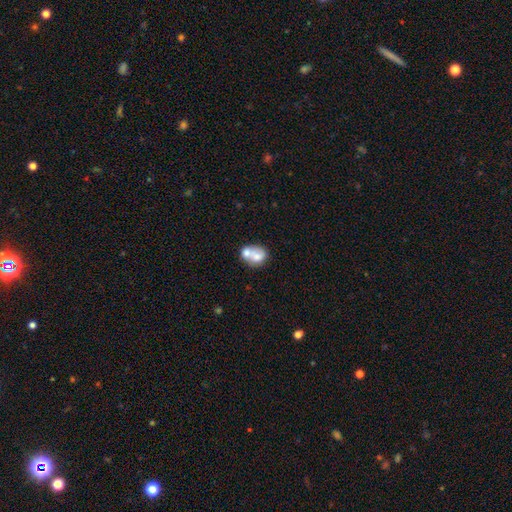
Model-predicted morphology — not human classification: smooth 62%, featured or disk 29%, star or artifact 8%. Down the decision tree: how rounded — in between (51%); merging — merger (59%).